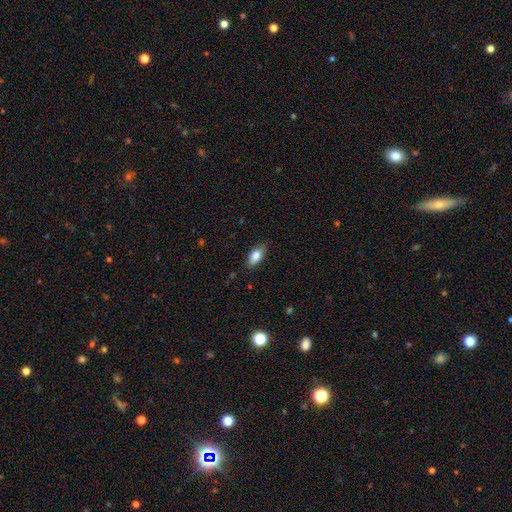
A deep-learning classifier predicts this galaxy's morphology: This appears to be a smooth galaxy with no disk features (83%) that is in between round and cigar-shaped (89%). Merging: none (84%).